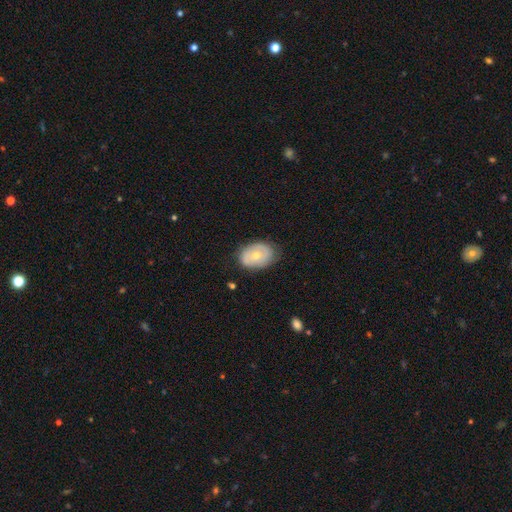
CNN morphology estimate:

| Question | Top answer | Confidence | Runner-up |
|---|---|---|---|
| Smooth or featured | featured or disk | 47% | smooth (46%) |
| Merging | none | 75% | minor disturbance (19%) |